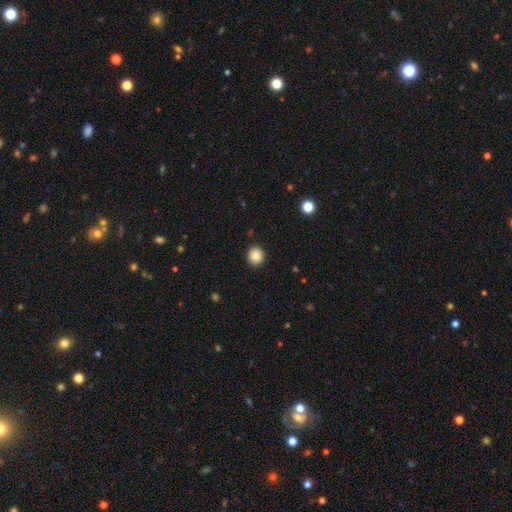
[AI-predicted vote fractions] Smooth or featured? Predicted: smooth (p=0.87). How rounded? Predicted: round (p=0.90). Merging? Predicted: none (p=0.92).